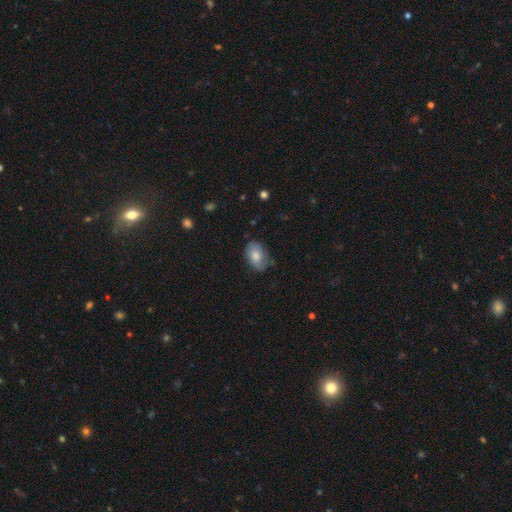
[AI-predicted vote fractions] Smooth or featured: smooth — 71% (featured or disk — 22%)
How rounded: in between — 84% (round — 15%)
Merging: none — 65% (minor disturbance — 27%)